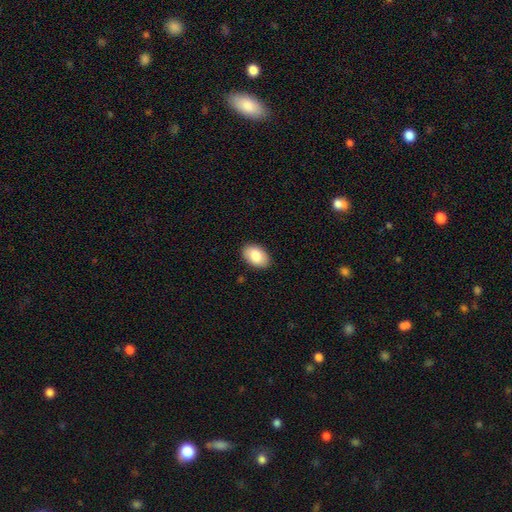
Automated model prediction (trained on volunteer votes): Smooth or featured?
  - smooth: 85% *
  - featured or disk: 9%
  - star or artifact: 6%
How rounded?
  - in between: 93% *
  - round: 6%
  - cigar-shaped: 1%
Merging?
  - none: 88% *
  - minor disturbance: 9%
  - major disturbance: 2%
  - merger: 1%